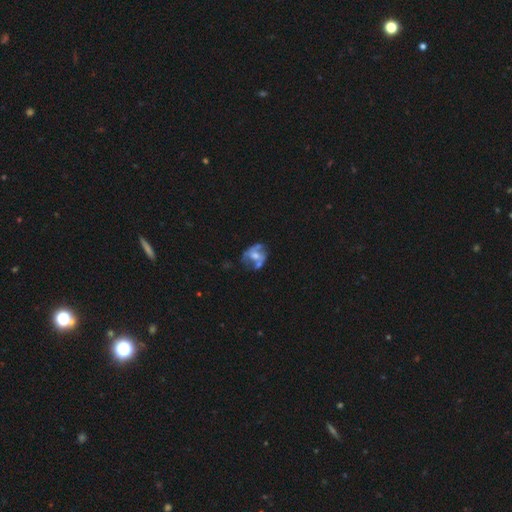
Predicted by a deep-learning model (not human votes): smooth_or_featured: featured or disk (p=0.60) [alt: smooth p=0.31]
disk_edge_on: no (p=0.97) [alt: yes p=0.03]
bar: no (p=0.75) [alt: weak p=0.19]
has_spiral_arms: no (p=0.69) [alt: yes p=0.31]
bulge_size: moderate (p=0.56) [alt: small p=0.19]
merging: none (p=0.35) [alt: major disturbance p=0.22]